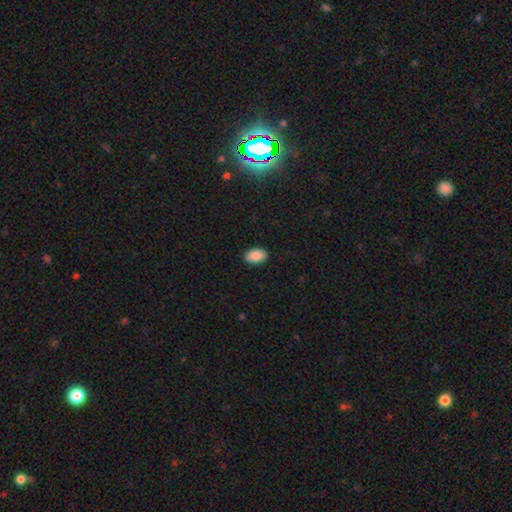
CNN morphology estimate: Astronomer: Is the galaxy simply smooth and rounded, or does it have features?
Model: smooth — 90%.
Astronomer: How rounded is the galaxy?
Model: in between — 91%.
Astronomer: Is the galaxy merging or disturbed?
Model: none — 89%.